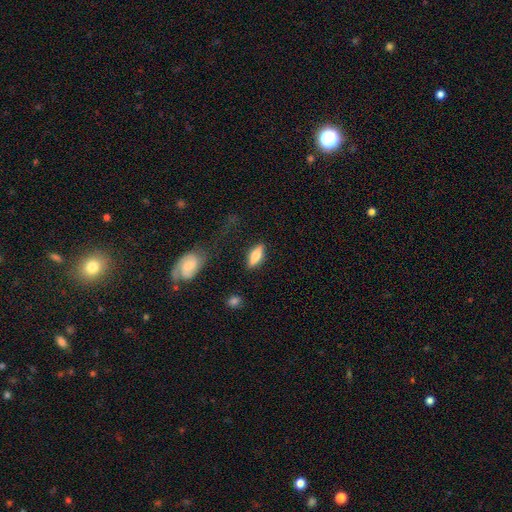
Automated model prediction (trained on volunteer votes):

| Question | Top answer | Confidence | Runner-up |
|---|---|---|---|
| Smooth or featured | smooth | 70% | featured or disk (24%) |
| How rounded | in between | 61% | cigar-shaped (36%) |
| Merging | none | 82% | minor disturbance (12%) |